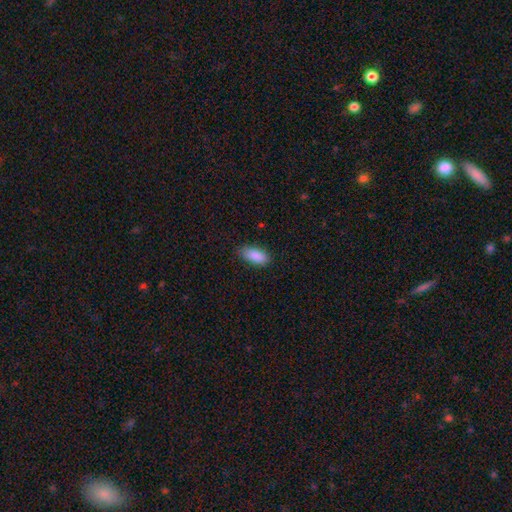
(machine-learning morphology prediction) A smooth galaxy with no disk features (89%) that is in between round and cigar-shaped (87%). Merging: none (82%).